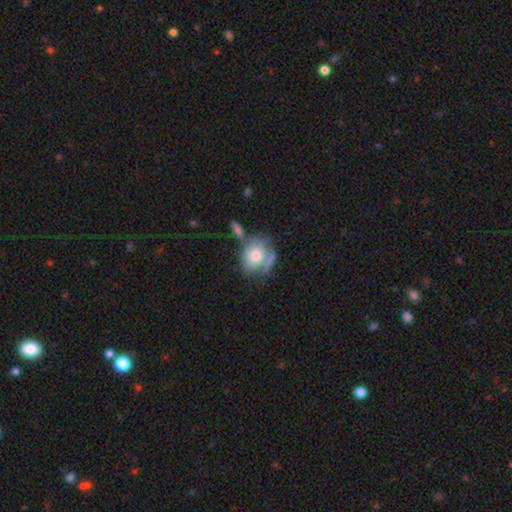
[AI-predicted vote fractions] Smooth or featured?
  - smooth: 71% *
  - featured or disk: 21%
  - star or artifact: 8%
How rounded?
  - round: 52% *
  - in between: 47%
  - cigar-shaped: 2%
Merging?
  - none: 48% *
  - merger: 24%
  - minor disturbance: 19%
  - major disturbance: 10%